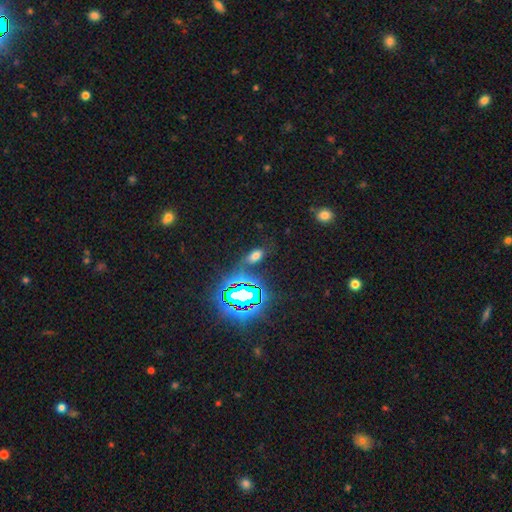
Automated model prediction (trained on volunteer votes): Smooth or featured? Predicted: smooth (p=0.55). How rounded? Predicted: in between (p=0.87). Merging? Predicted: none (p=0.75).